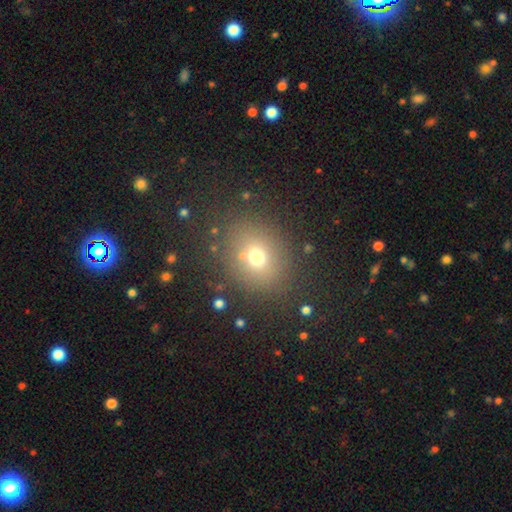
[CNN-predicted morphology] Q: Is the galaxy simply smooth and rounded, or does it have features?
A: smooth — 68%.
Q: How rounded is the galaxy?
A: round — 66%.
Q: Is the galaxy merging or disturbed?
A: none — 81%.